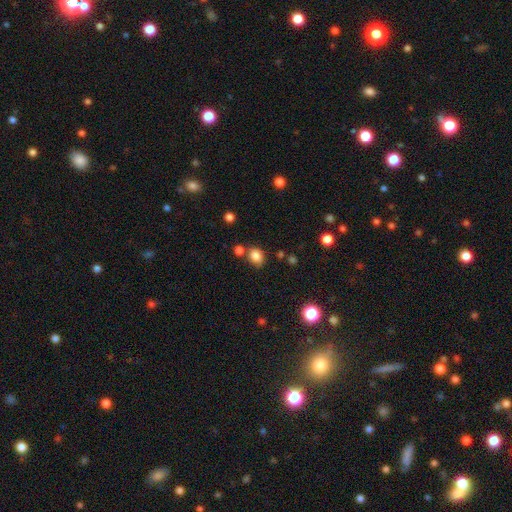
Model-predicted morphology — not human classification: A smooth galaxy with no disk features (83%) that is in between round and cigar-shaped (52%). Merging: none (68%).